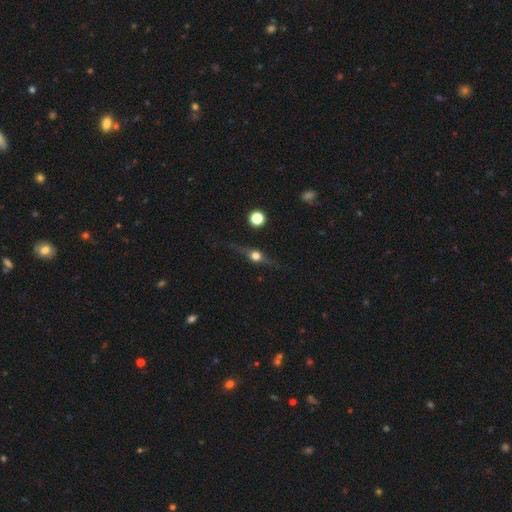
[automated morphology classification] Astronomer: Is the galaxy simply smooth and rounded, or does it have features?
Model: featured or disk — 73%.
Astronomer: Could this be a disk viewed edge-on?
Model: yes — 94%.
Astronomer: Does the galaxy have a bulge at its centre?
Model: rounded — 96%.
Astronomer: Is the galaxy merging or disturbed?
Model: none — 84%.